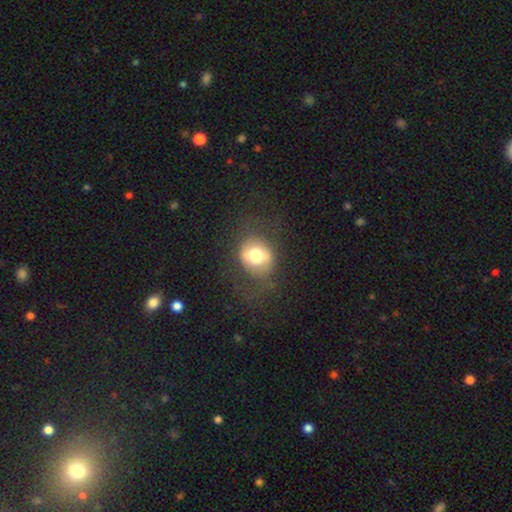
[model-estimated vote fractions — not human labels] The model was most divided on "how rounded": round: 63%, in between: 36%, cigar-shaped: 1%. More confident: merging — none (69%); smooth or featured — smooth (61%).